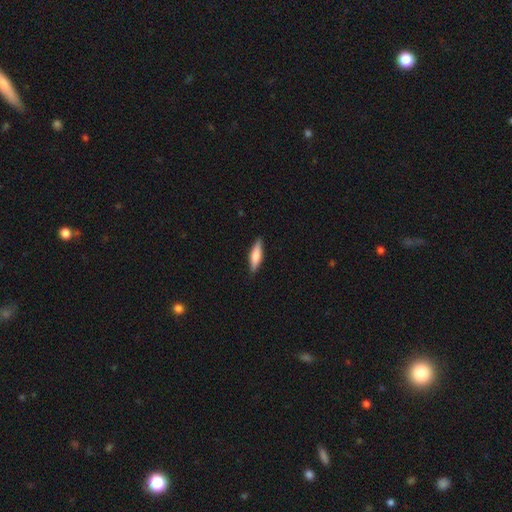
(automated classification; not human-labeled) smooth_or_featured: smooth (p=0.68) [alt: featured or disk p=0.27]
how_rounded: cigar-shaped (p=0.67) [alt: in between p=0.31]
merging: none (p=0.88) [alt: minor disturbance p=0.09]